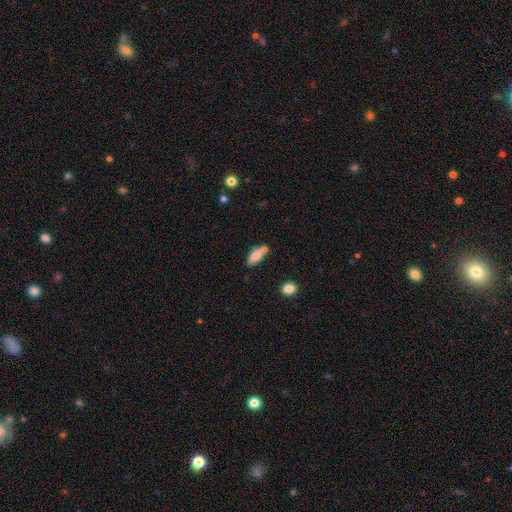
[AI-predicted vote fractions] smooth 78%, featured or disk 14%, star or artifact 8%. Down the decision tree: how rounded — in between (82%); merging — none (51%).